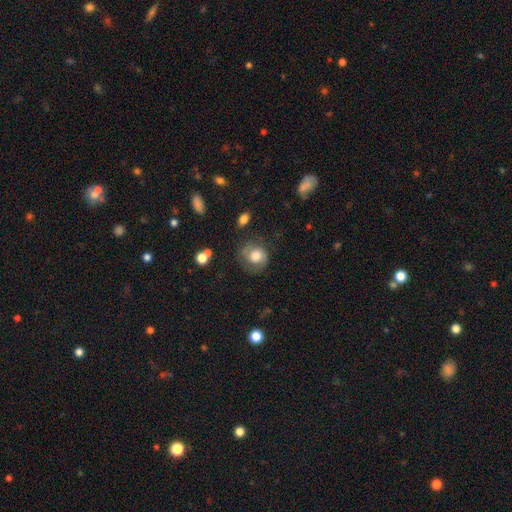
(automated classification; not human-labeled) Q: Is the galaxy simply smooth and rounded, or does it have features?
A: smooth — 60%.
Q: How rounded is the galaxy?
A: round — 76%.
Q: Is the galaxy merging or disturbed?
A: none — 58%.